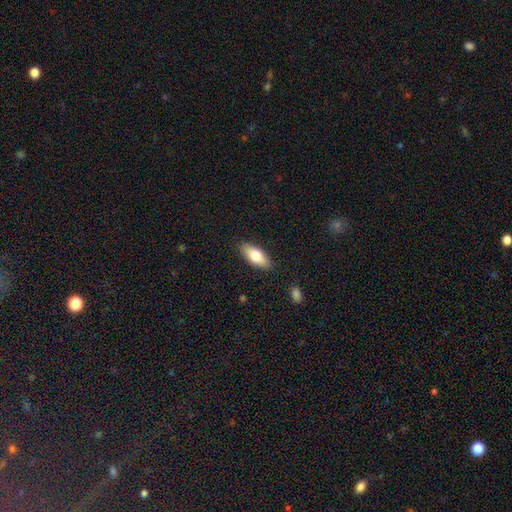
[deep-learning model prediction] smooth-or-featured: smooth: 73% | featured or disk: 21% | star or artifact: 6%
  how-rounded: in between: 78% | cigar-shaped: 20% | round: 3%
  merging: none: 88% | minor disturbance: 9% | major disturbance: 2% | merger: 1%